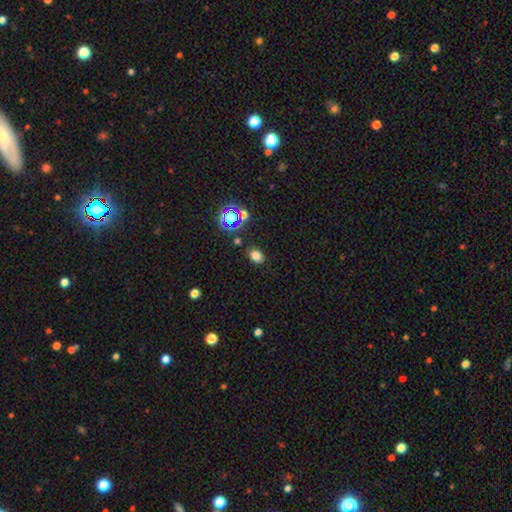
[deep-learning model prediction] Smooth or featured? Predicted: smooth (p=0.76). How rounded? Predicted: in between (p=0.70). Merging? Predicted: none (p=0.84).